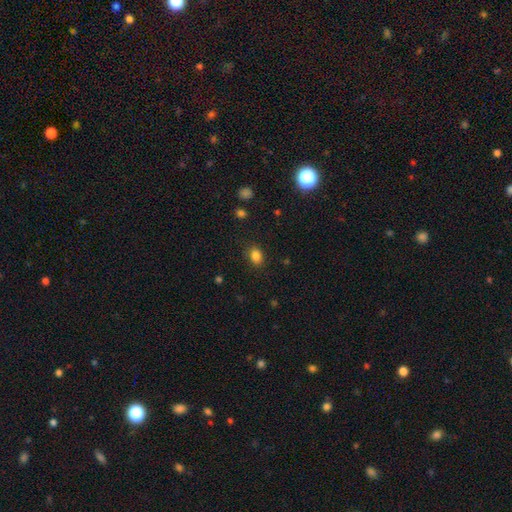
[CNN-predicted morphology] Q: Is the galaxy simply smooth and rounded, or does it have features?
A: smooth — 84%.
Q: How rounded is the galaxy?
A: in between — 71%.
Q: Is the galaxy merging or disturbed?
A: none — 85%.